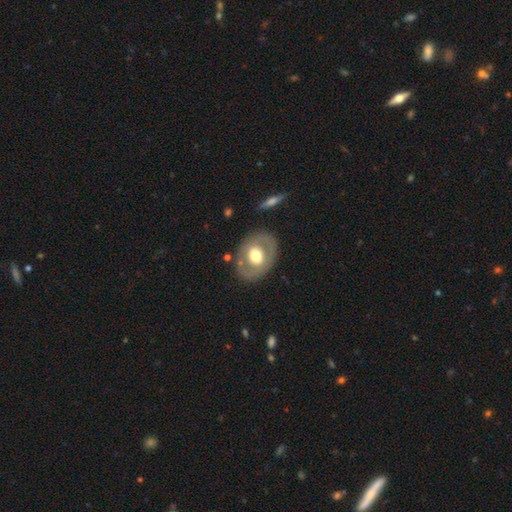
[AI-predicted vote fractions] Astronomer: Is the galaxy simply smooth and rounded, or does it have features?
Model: featured or disk — 52% (runner-up: smooth, 43%).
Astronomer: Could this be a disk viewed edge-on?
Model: no — 92%.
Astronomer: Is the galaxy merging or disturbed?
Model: none — 80%.